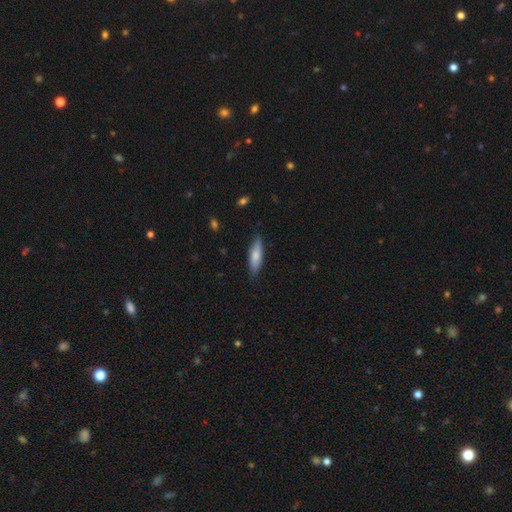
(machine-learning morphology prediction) Smooth or featured?
  - smooth: 76% *
  - featured or disk: 19%
  - star or artifact: 6%
How rounded?
  - cigar-shaped: 58% *
  - in between: 40%
  - round: 2%
Merging?
  - none: 83% *
  - minor disturbance: 14%
  - major disturbance: 2%
  - merger: 1%